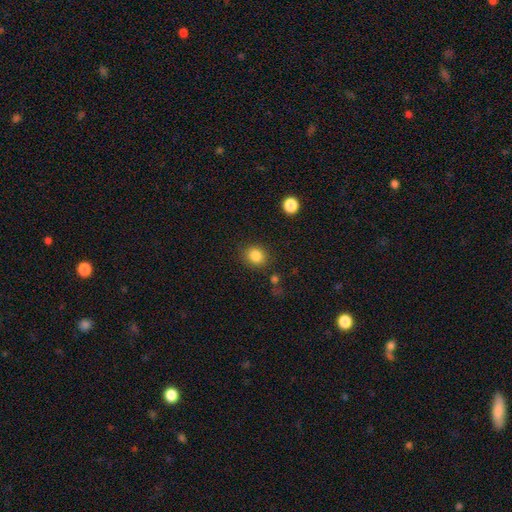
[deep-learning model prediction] Q: Smooth or featured?
A: smooth (84%); runner-up: star or artifact (11%)
Q: How rounded?
A: round (75%); runner-up: in between (24%)
Q: Merging?
A: none (85%); runner-up: minor disturbance (9%)